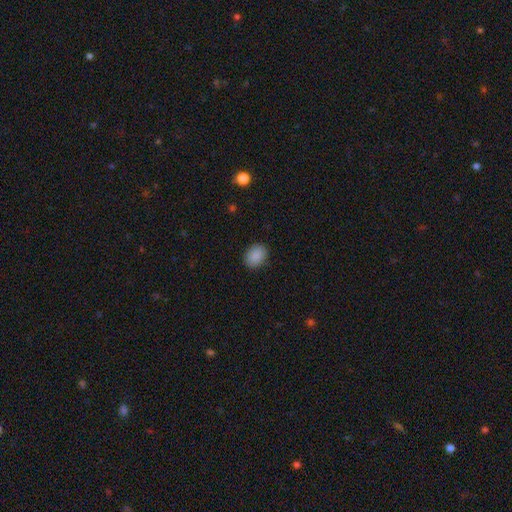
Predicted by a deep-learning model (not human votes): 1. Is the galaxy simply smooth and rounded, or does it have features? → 89% smooth, 8% star or artifact, 3% featured or disk.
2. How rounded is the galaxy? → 62% in between, 37% round, 1% cigar-shaped.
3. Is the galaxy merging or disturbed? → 89% none, 8% minor disturbance, 2% major disturbance, 1% merger.